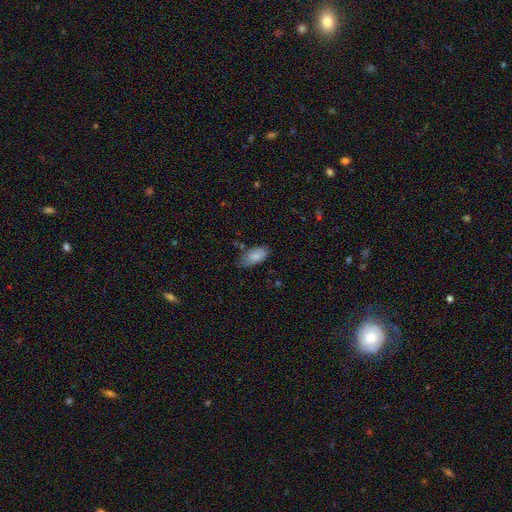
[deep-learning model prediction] smooth_or_featured: smooth (p=0.85) [alt: featured or disk p=0.08]
how_rounded: in between (p=0.91) [alt: cigar-shaped p=0.07]
merging: none (p=0.64) [alt: minor disturbance p=0.27]